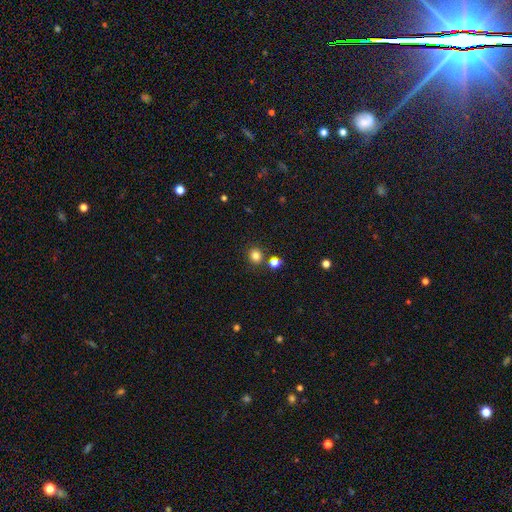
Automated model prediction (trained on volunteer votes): Smooth or featured? smooth (82%)
How rounded? round (84%)
Merging? none (83%)